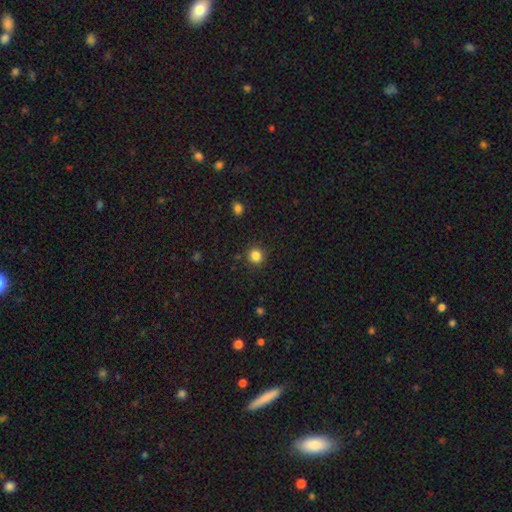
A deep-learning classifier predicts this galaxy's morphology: The model was most divided on "smooth or featured": smooth: 85%, star or artifact: 11%, featured or disk: 4%. More confident: how rounded — round (91%); merging — none (90%).